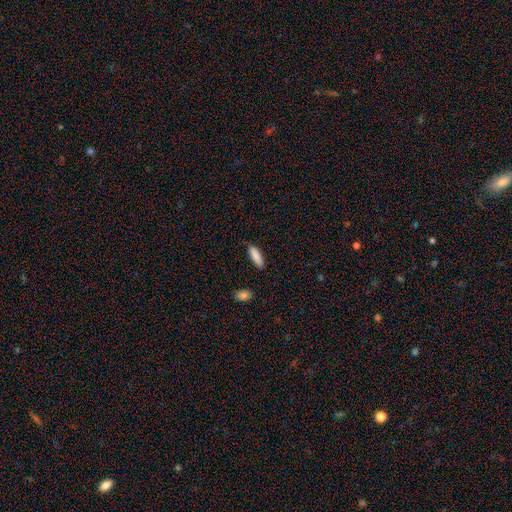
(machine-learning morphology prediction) Smooth or featured? smooth (88%)
How rounded? in between (56%)
Merging? none (86%)